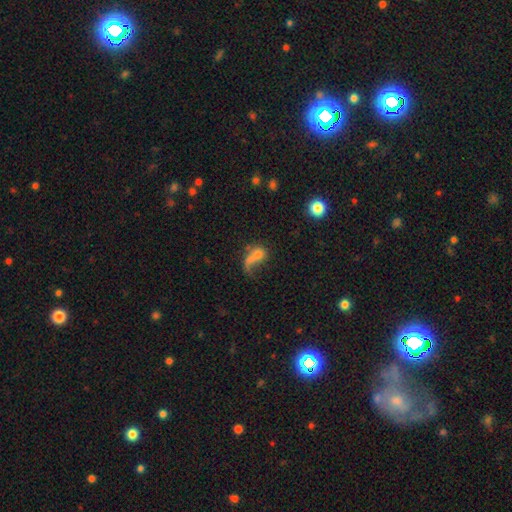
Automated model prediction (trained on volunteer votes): smooth_or_featured: smooth (p=0.58) [alt: featured or disk p=0.29]
how_rounded: in between (p=0.62) [alt: round p=0.32]
merging: merger (p=0.36) [alt: major disturbance p=0.31]